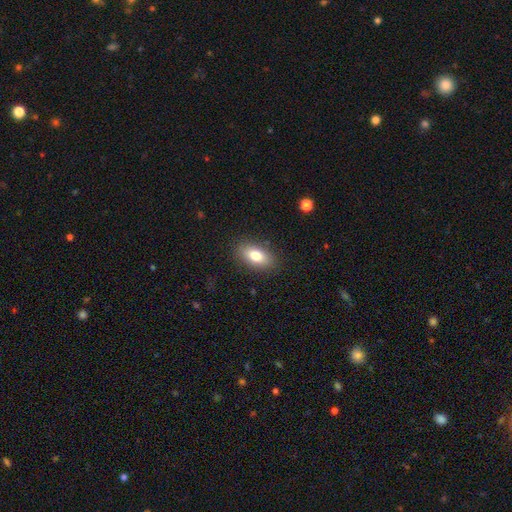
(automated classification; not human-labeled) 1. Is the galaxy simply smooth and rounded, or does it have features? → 79% smooth, 13% featured or disk, 8% star or artifact.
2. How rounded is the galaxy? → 88% in between, 6% round, 6% cigar-shaped.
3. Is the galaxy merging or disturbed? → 87% none, 9% minor disturbance, 3% major disturbance, 1% merger.